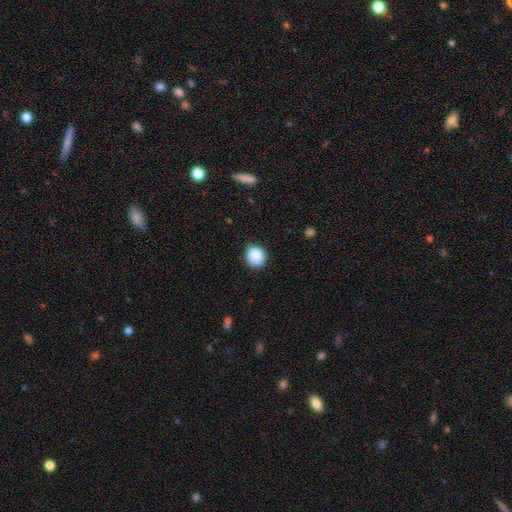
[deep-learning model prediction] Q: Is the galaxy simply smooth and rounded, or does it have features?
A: smooth — 88%.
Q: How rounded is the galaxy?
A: round — 74%.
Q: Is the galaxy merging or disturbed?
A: none — 88%.